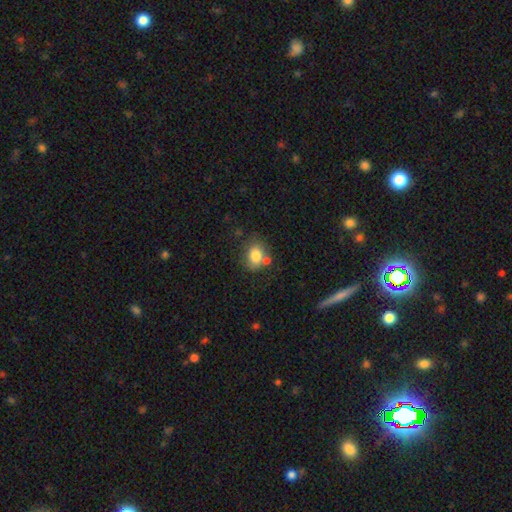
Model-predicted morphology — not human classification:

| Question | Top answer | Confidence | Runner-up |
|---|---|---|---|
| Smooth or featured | smooth | 80% | featured or disk (11%) |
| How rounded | round | 50% | in between (49%) |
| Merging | none | 58% | merger (18%) |